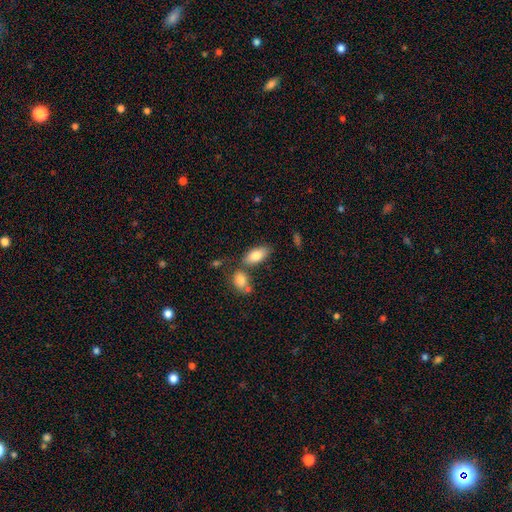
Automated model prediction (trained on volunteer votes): This appears to be a smooth galaxy with no disk features (83%) that is in between round and cigar-shaped (90%). Merging: none (65%).